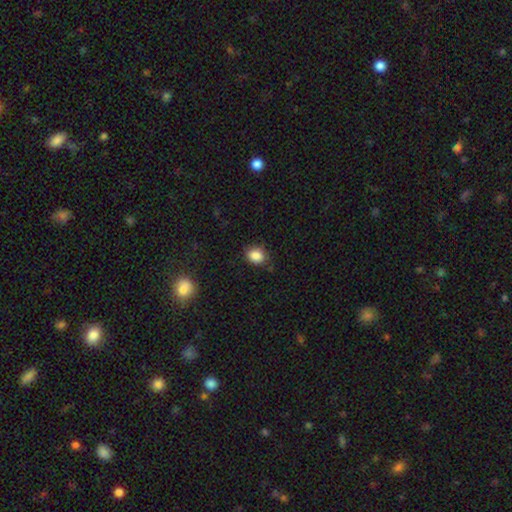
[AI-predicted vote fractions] Smooth or featured? smooth (86%)
How rounded? in between (50%)
Merging? none (81%)